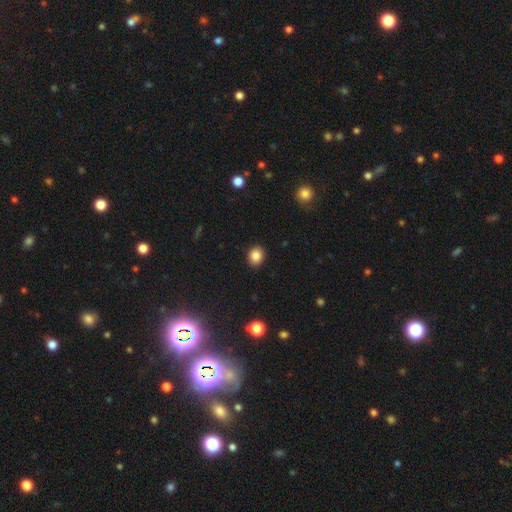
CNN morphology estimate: smooth 85%, star or artifact 10%, featured or disk 5%. Down the decision tree: how rounded — round (62%); merging — none (90%).